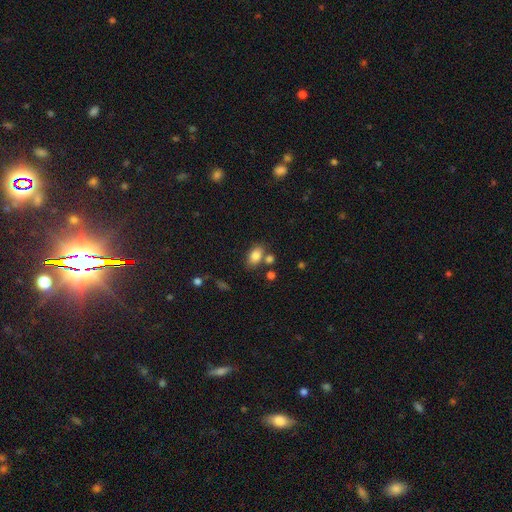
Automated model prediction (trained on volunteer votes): A smooth galaxy with no disk features (82%) that is in between round and cigar-shaped (85%).

Vote fractions:
- Smooth or featured? smooth: 82% / star or artifact: 9% / featured or disk: 8%
- How rounded? in between: 85% / round: 13% / cigar-shaped: 2%
- Merging? none: 66% / merger: 15% / minor disturbance: 14% / major disturbance: 4%